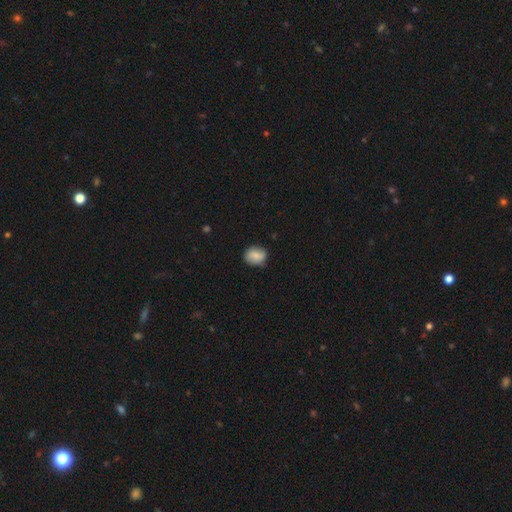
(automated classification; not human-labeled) This is likely a smooth galaxy (78%). How rounded: possibly round (59%). Merging: likely none (76%).